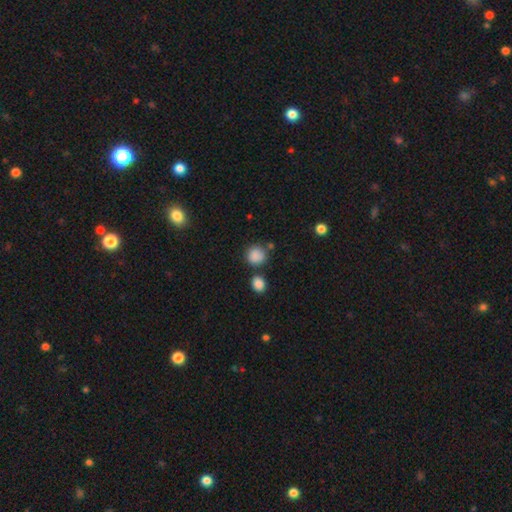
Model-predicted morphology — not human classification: smooth 86%, star or artifact 10%, featured or disk 4%. Down the decision tree: how rounded — round (85%); merging — none (70%).